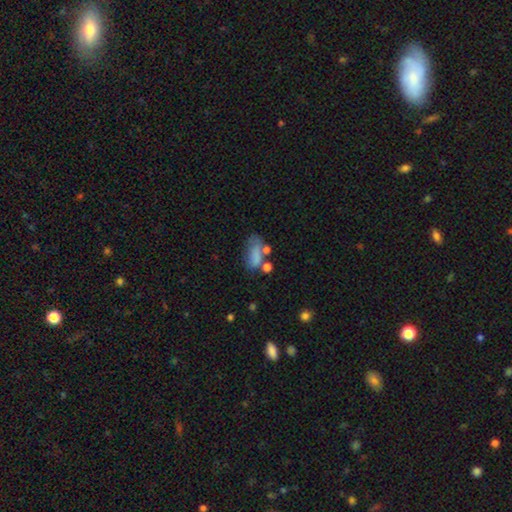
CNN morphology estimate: A smooth galaxy with no disk features (68%) that is in between round and cigar-shaped (84%).

Vote fractions:
- Smooth or featured? smooth: 68% / featured or disk: 20% / star or artifact: 13%
- How rounded? in between: 84% / round: 8% / cigar-shaped: 8%
- Merging? none: 30% / major disturbance: 26% / minor disturbance: 23% / merger: 21%